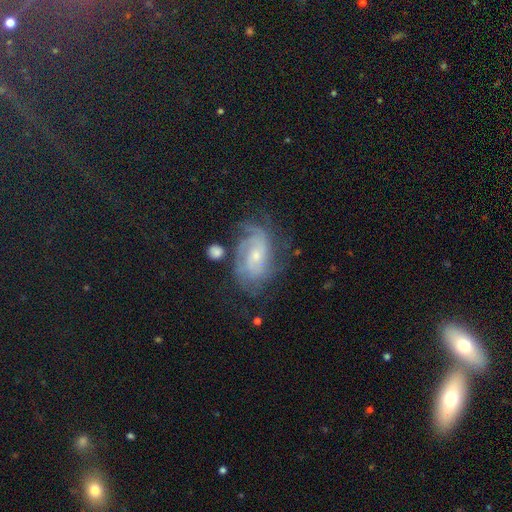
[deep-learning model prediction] This appears to be a featured or disk galaxy (83%) with no bar (62%), tight (59%) spiral arms (95%) and a small central bulge (62%). Merging: none (62%).